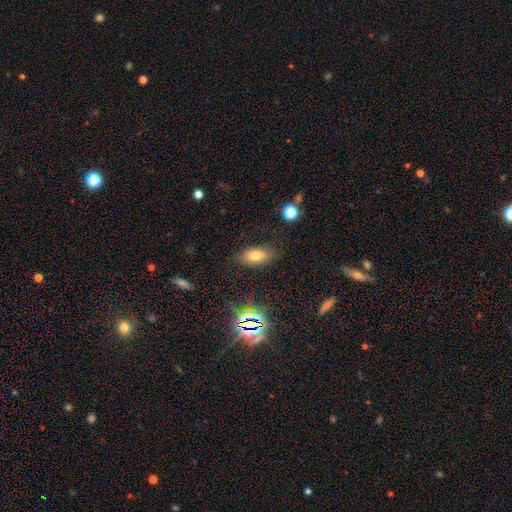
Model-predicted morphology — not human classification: Smooth or featured? smooth (71%)
How rounded? in between (87%)
Merging? none (81%)